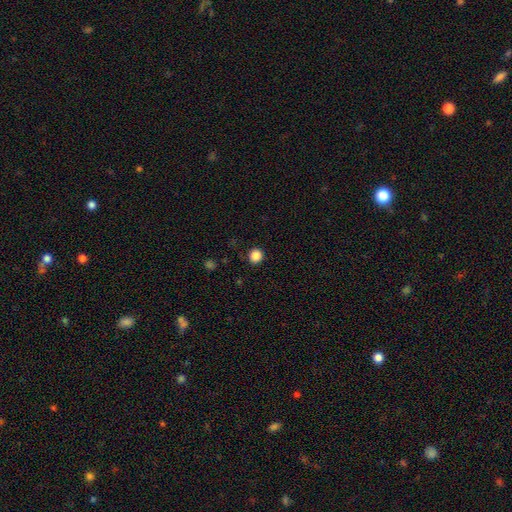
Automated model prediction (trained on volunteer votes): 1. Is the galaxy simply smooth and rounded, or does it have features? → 87% smooth, 11% star or artifact, 3% featured or disk.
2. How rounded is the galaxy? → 90% round, 9% in between, 1% cigar-shaped.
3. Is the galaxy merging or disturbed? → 91% none, 6% minor disturbance, 2% major disturbance, 1% merger.